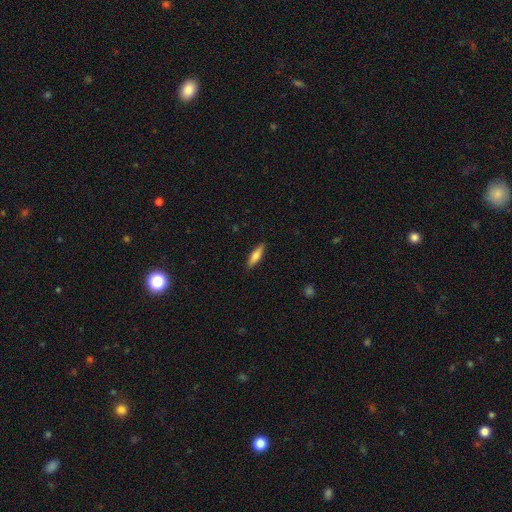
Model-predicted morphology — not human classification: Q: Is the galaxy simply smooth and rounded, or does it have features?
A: smooth — 73%.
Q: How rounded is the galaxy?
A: cigar-shaped — 61%.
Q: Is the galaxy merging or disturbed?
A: none — 89%.